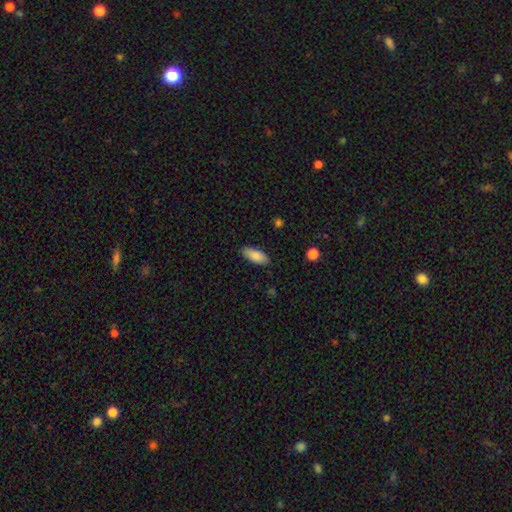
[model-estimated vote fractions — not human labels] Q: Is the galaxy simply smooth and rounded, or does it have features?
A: smooth — 85%.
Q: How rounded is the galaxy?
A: in between — 81%.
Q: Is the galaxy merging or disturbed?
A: none — 87%.